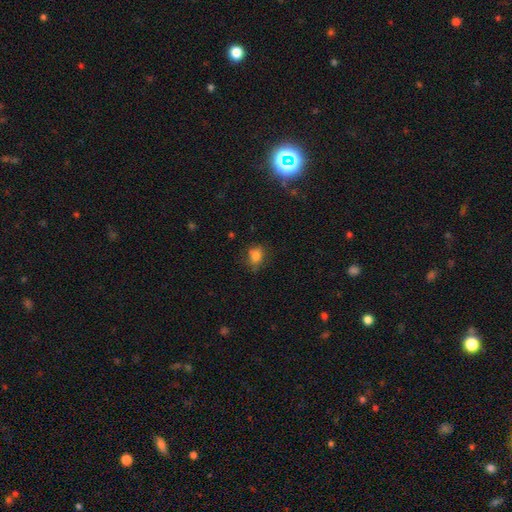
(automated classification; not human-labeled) Smooth or featured? smooth (79%)
How rounded? in between (55%)
Merging? none (68%)